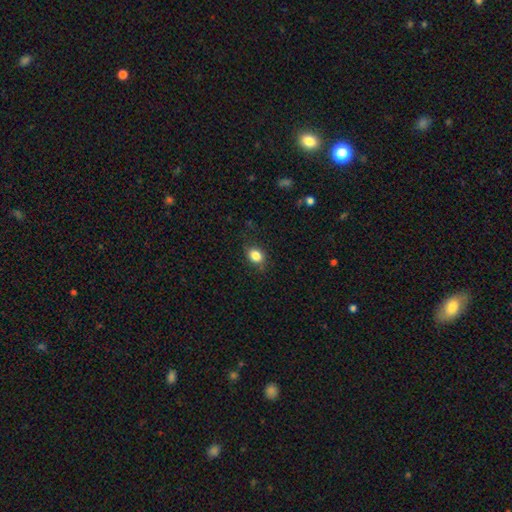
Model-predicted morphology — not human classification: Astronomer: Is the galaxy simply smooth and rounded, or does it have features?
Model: smooth — 85%.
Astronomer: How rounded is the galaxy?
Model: in between — 62% (runner-up: round, 37%).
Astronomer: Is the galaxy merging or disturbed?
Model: none — 82%.